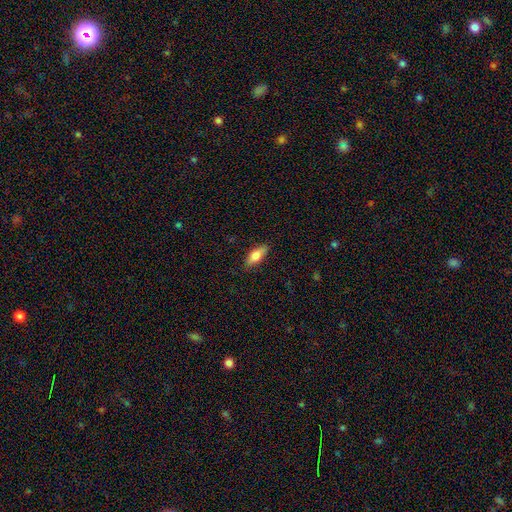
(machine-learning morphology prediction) Smooth or featured? smooth (73%)
How rounded? in between (70%)
Merging? none (84%)